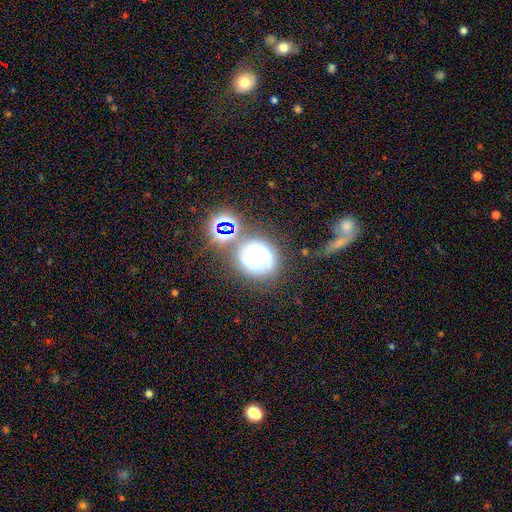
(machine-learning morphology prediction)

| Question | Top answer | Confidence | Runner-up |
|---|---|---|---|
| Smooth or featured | featured or disk | 46% | smooth (35%) |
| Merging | none | 45% | merger (19%) |